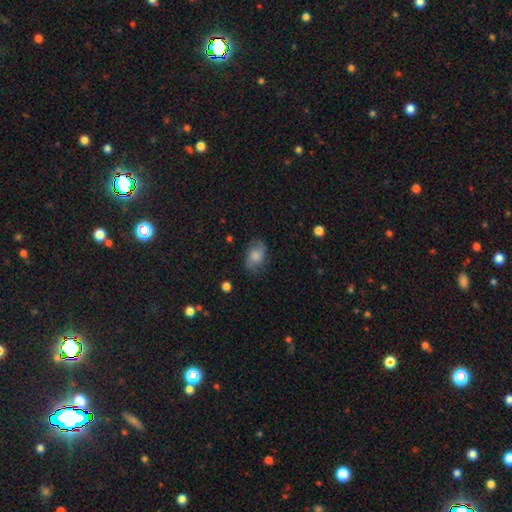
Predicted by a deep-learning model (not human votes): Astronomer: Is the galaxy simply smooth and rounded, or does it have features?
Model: smooth — 60%.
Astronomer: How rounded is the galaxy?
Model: in between — 81%.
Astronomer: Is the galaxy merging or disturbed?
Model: none — 69%.